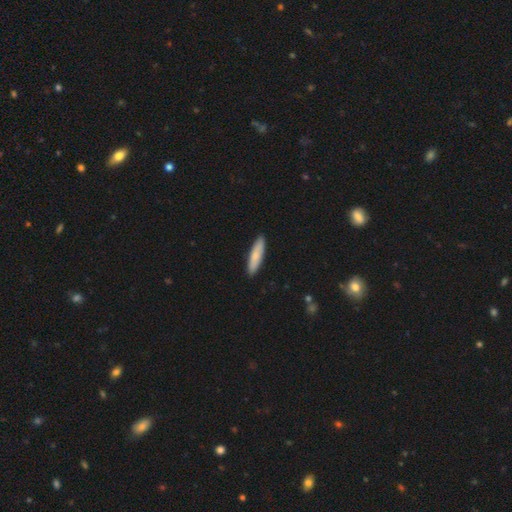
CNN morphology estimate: A smooth galaxy with no disk features (78%) that is cigar-shaped (75%).

Vote fractions:
- Smooth or featured? smooth: 78% / featured or disk: 17% / star or artifact: 5%
- How rounded? cigar-shaped: 75% / in between: 24% / round: 2%
- Merging? none: 91% / minor disturbance: 7% / major disturbance: 1% / merger: 1%